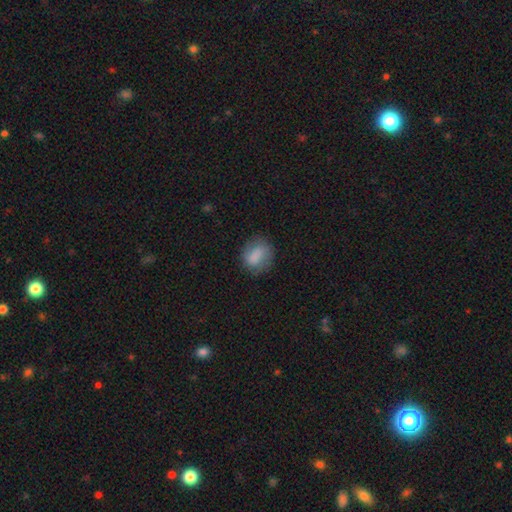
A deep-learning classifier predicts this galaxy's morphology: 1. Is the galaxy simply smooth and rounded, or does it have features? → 80% smooth, 12% featured or disk, 8% star or artifact.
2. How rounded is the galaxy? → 53% round, 45% in between, 2% cigar-shaped.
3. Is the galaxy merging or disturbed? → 70% none, 21% minor disturbance, 8% major disturbance, 2% merger.